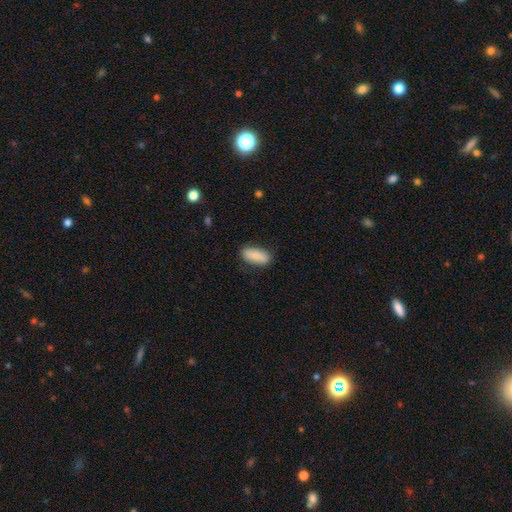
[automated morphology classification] The model was most divided on "how rounded": in between: 83%, cigar-shaped: 14%, round: 3%. More confident: merging — none (85%); smooth or featured — smooth (81%).